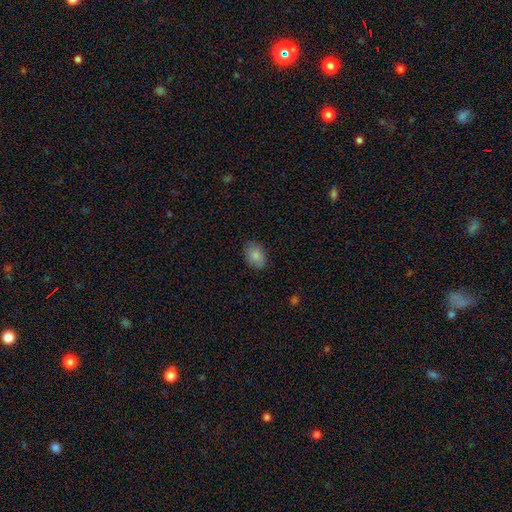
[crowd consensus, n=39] Overall: smooth (87%). How rounded: in between (85%). Merging: none (86%).